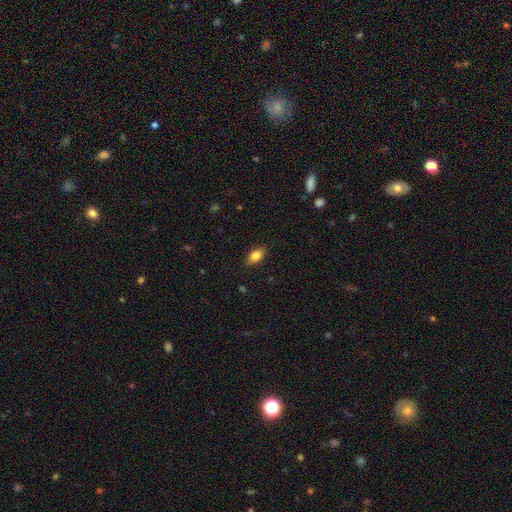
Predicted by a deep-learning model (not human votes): Smooth or featured? smooth (81%)
How rounded? in between (87%)
Merging? none (86%)